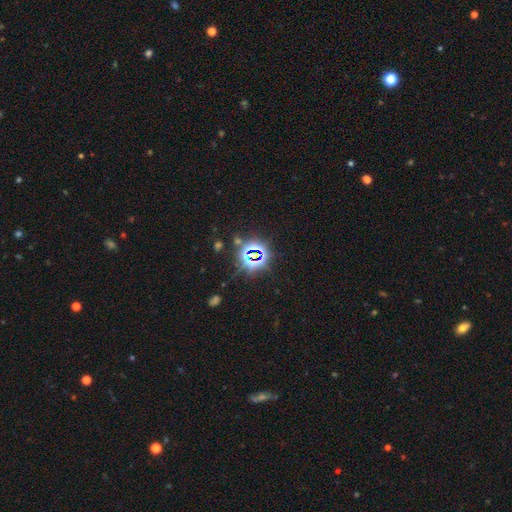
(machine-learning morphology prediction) Smooth or featured: star or artifact — 80% (smooth — 12%)